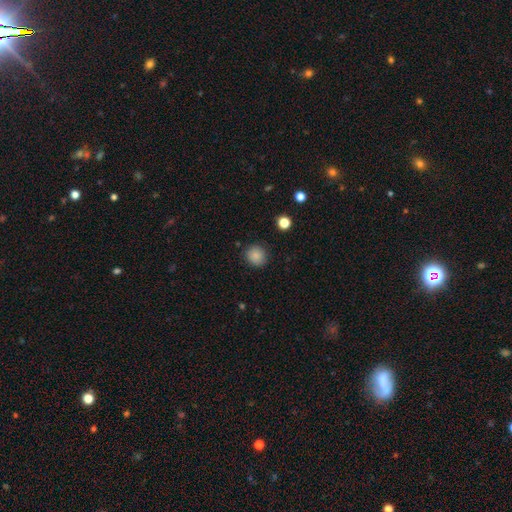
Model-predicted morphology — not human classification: Smooth or featured?
  - smooth: 86% *
  - star or artifact: 10%
  - featured or disk: 4%
How rounded?
  - round: 88% *
  - in between: 11%
  - cigar-shaped: 1%
Merging?
  - none: 87% *
  - minor disturbance: 9%
  - major disturbance: 3%
  - merger: 1%